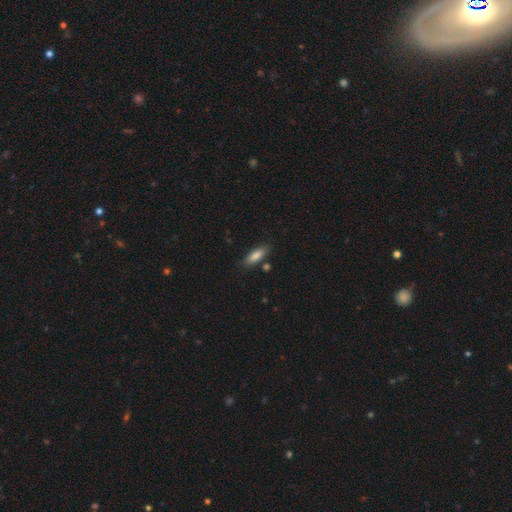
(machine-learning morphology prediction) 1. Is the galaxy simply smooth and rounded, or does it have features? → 83% smooth, 10% featured or disk, 7% star or artifact.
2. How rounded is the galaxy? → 62% in between, 36% cigar-shaped, 2% round.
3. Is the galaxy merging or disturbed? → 80% none, 13% minor disturbance, 4% merger, 3% major disturbance.